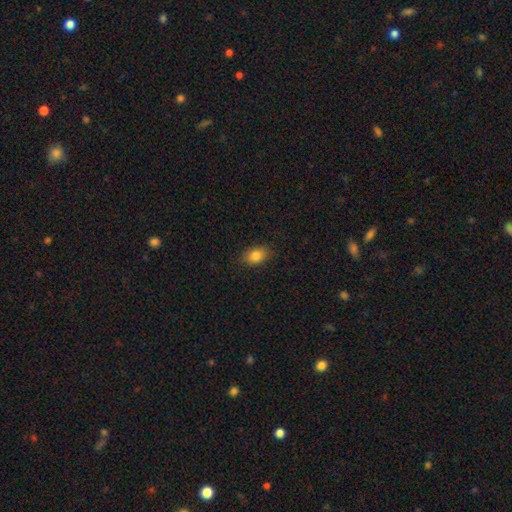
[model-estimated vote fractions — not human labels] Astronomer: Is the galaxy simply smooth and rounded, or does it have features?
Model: smooth — 84%.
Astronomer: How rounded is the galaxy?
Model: in between — 78%.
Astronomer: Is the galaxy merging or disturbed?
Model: none — 86%.